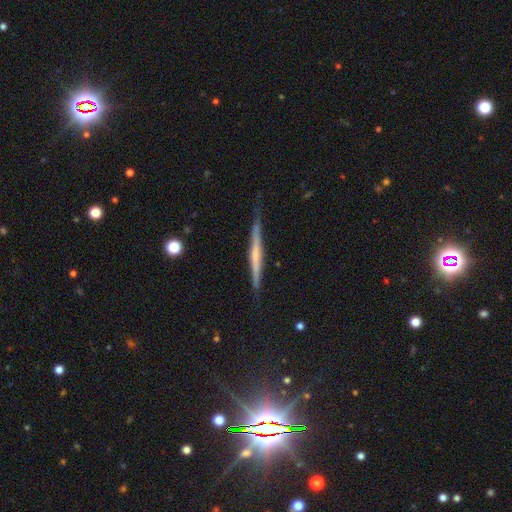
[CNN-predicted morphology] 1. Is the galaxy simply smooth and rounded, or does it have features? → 63% featured or disk, 30% smooth, 6% star or artifact.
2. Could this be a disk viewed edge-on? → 97% yes, 3% no.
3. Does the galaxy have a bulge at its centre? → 55% none, 31% rounded, 14% boxy.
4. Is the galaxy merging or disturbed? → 82% none, 14% minor disturbance, 3% major disturbance, 2% merger.